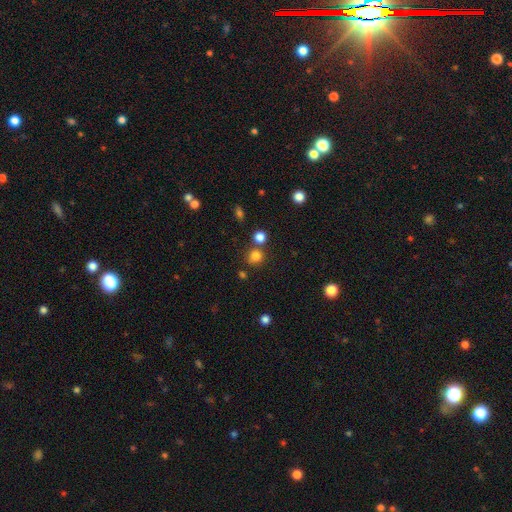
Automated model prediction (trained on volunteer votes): This appears to be a smooth galaxy with no disk features (79%) that is round (84%). Merging: none (70%).